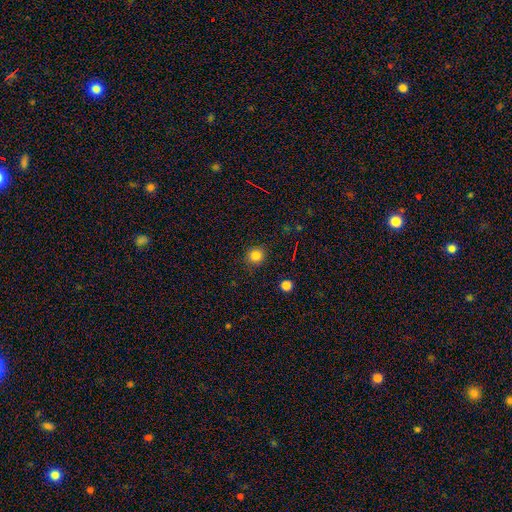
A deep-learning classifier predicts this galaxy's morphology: type=smooth (82%); roundness=round (89%); merging=none (89%).